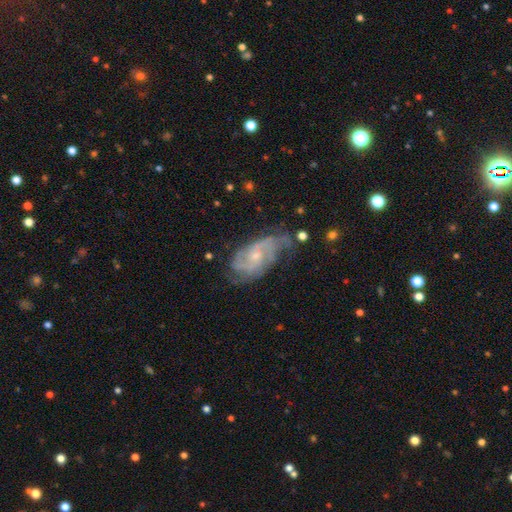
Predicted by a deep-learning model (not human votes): smooth-or-featured: featured or disk: 80% | smooth: 13% | star or artifact: 7%
  disk-edge-on: no: 96% | yes: 4%
    bar: no: 65% | weak: 30% | strong: 4%
    has-spiral-arms: yes: 93% | no: 7%
      spiral-winding: medium: 44% | tight: 38% | loose: 19%
      spiral-arm-count: 2: 36% | can't tell: 27% | 3: 22% | 4: 7% | 1: 5% | more than 4: 4%
    bulge-size: small: 63% | moderate: 31% | none: 4% | large: 1% | dominant: 1%
  merging: none: 51% | minor disturbance: 29% | major disturbance: 17% | merger: 3%